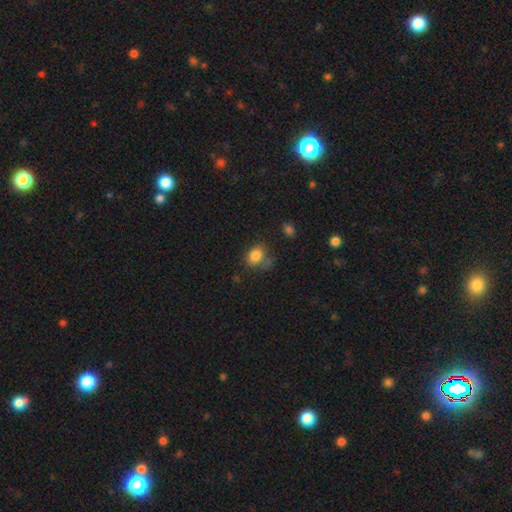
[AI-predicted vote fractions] smooth_or_featured: smooth (p=0.82) [alt: star or artifact p=0.10]
how_rounded: in between (p=0.63) [alt: round p=0.35]
merging: none (p=0.58) [alt: minor disturbance p=0.21]